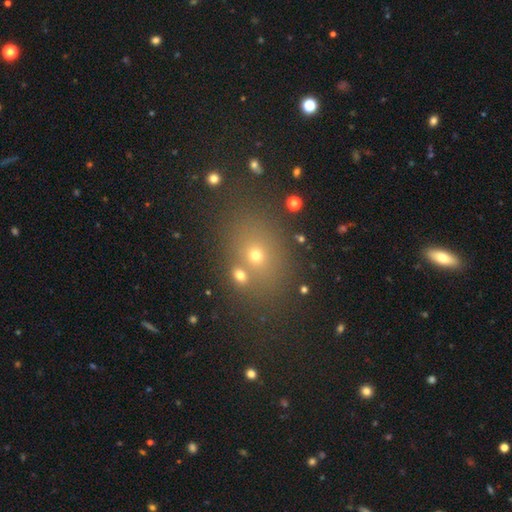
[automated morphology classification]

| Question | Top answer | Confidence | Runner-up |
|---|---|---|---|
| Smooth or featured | smooth | 60% | star or artifact (24%) |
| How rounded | in between | 53% | round (45%) |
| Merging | none | 70% | merger (15%) |